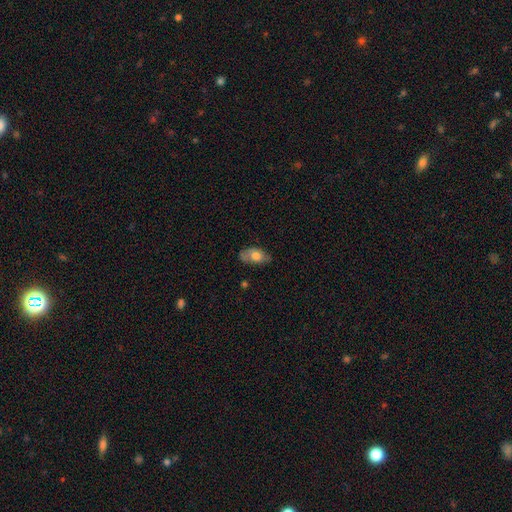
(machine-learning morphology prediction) smooth-or-featured: smooth: 69% | featured or disk: 24% | star or artifact: 7%
  how-rounded: in between: 90% | round: 6% | cigar-shaped: 3%
  merging: none: 67% | minor disturbance: 26% | major disturbance: 6% | merger: 2%